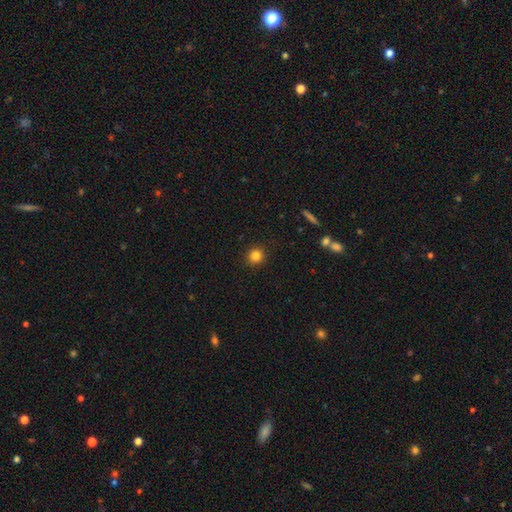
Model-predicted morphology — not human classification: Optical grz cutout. It shows a smooth galaxy with no disk features (83%) that is round (93%). Merging: none (91%).